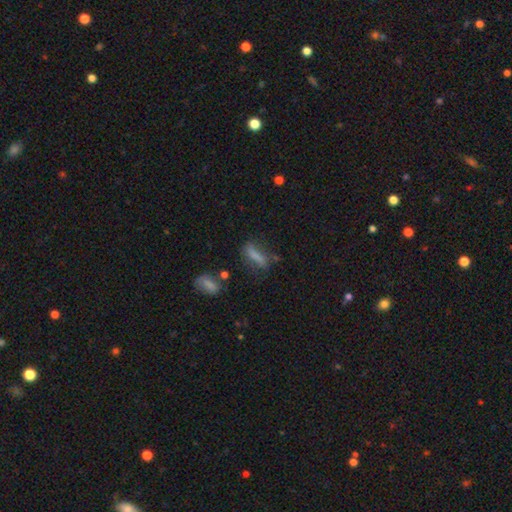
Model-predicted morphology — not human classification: Smooth or featured? Predicted: smooth (p=0.70). How rounded? Predicted: cigar-shaped (p=0.63). Merging? Predicted: none (p=0.51).